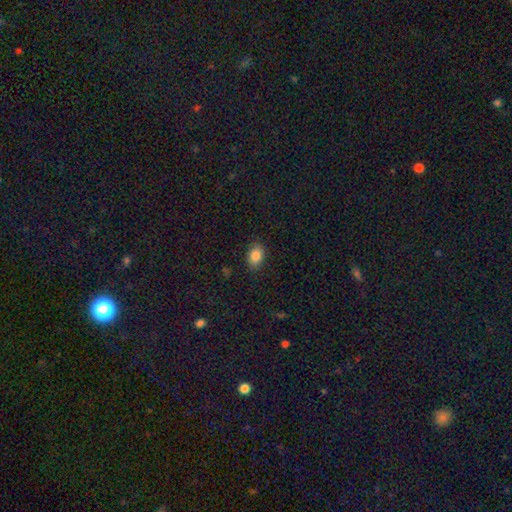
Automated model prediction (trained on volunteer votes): Q: Smooth or featured?
A: smooth (84%); runner-up: star or artifact (9%)
Q: How rounded?
A: in between (81%); runner-up: round (17%)
Q: Merging?
A: none (86%); runner-up: minor disturbance (11%)